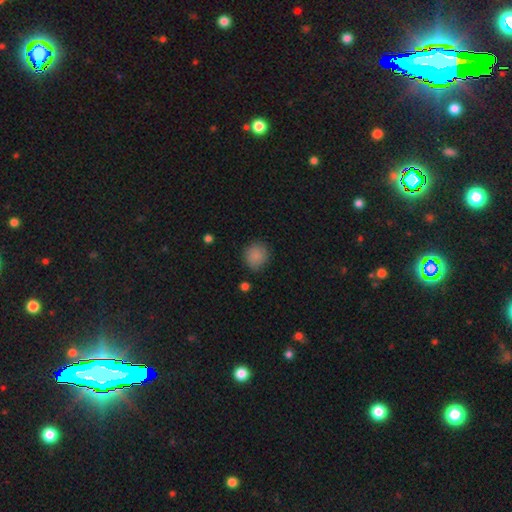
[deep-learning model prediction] The model was most divided on "how rounded": round: 87%, in between: 12%, cigar-shaped: 1%. More confident: smooth or featured — smooth (86%); merging — none (85%).